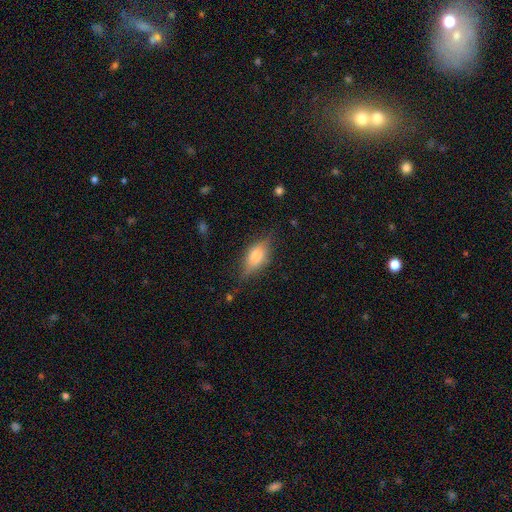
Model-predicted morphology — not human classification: Q: Smooth or featured?
A: smooth (60%); runner-up: featured or disk (31%)
Q: How rounded?
A: in between (80%); runner-up: cigar-shaped (14%)
Q: Merging?
A: none (71%); runner-up: minor disturbance (22%)